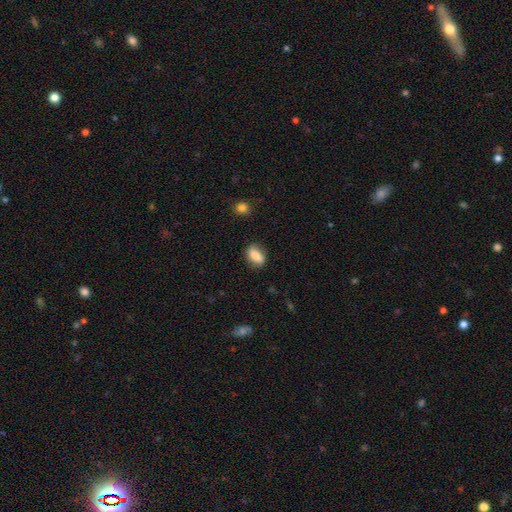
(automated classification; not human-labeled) Q: Smooth or featured?
A: smooth (82%); runner-up: featured or disk (10%)
Q: How rounded?
A: in between (80%); runner-up: round (14%)
Q: Merging?
A: none (77%); runner-up: minor disturbance (17%)